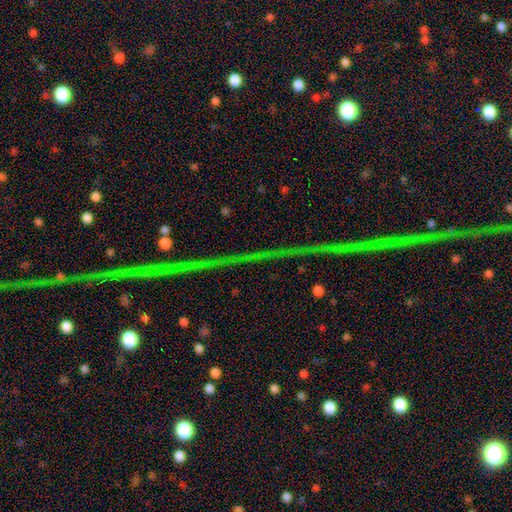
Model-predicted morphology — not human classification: Overall: star or artifact (75%).